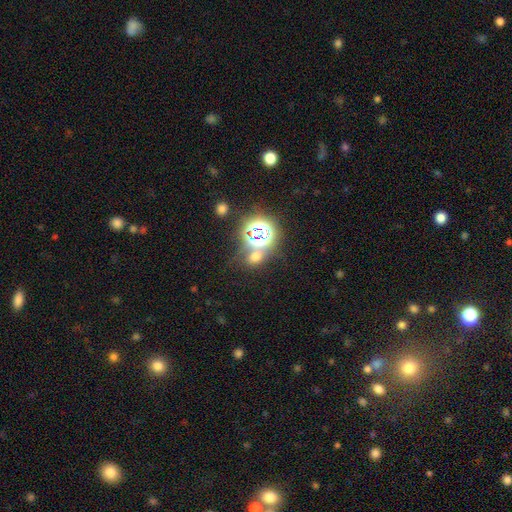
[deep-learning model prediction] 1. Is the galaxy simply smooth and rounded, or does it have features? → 48% star or artifact, 43% smooth, 9% featured or disk.